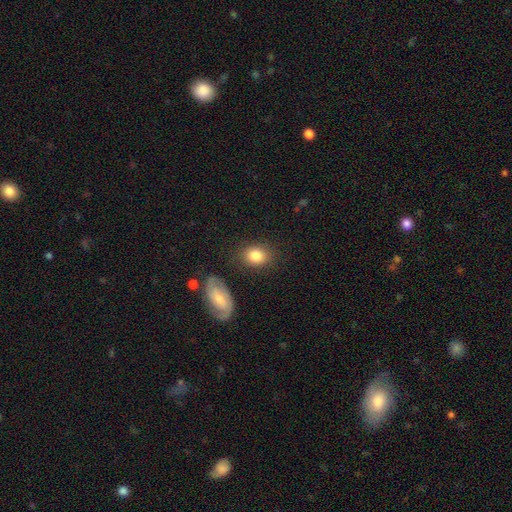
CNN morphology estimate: A smooth galaxy with no disk features (83%) that is in between round and cigar-shaped (55%). Merging: none (80%).